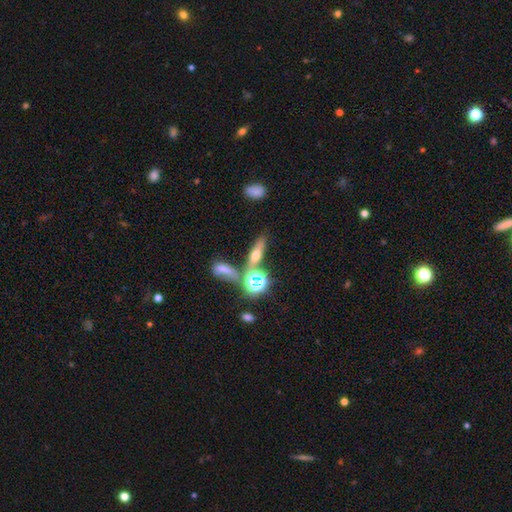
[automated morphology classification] smooth-or-featured: smooth: 45% | featured or disk: 36% | star or artifact: 19%
  merging: none: 59% | merger: 23% | minor disturbance: 12% | major disturbance: 6%